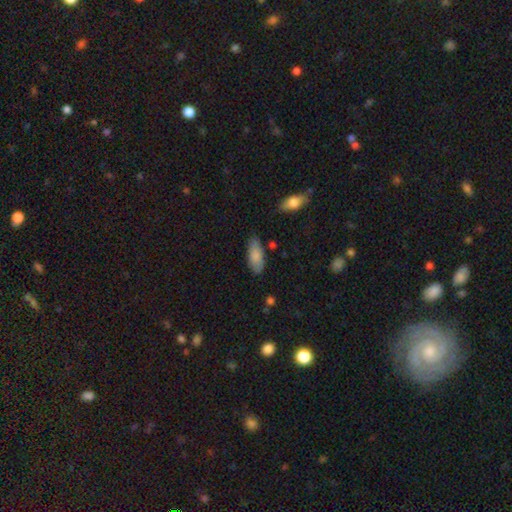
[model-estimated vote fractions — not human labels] A smooth galaxy with no disk features (83%) that is in between round and cigar-shaped (82%).

Vote fractions:
- Smooth or featured? smooth: 83% / featured or disk: 11% / star or artifact: 6%
- How rounded? in between: 82% / cigar-shaped: 16% / round: 2%
- Merging? none: 76% / minor disturbance: 18% / major disturbance: 3% / merger: 3%